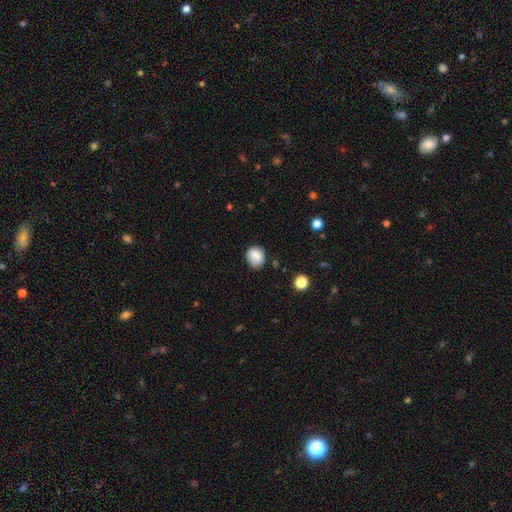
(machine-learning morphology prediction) Overall: smooth (85%). How rounded: round (72%). Merging: none (78%).